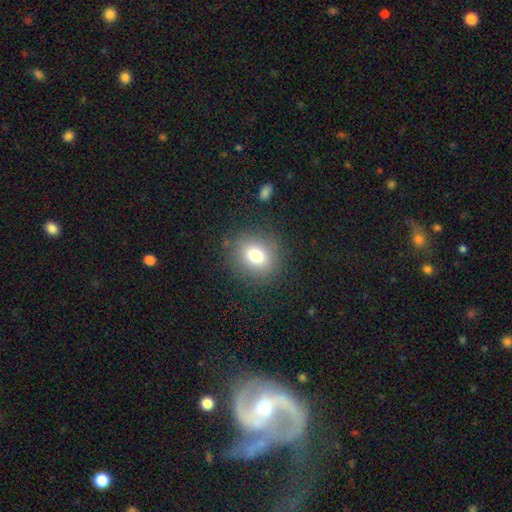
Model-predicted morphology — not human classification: The model was most divided on "how rounded": round: 71%, in between: 28%, cigar-shaped: 1%. More confident: merging — none (85%); smooth or featured — smooth (76%).